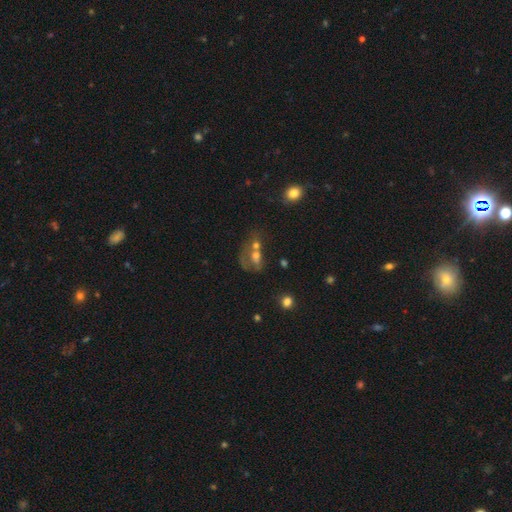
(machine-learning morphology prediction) smooth-or-featured: smooth: 46% | featured or disk: 38% | star or artifact: 16%
  merging: merger: 55% | none: 18% | major disturbance: 18% | minor disturbance: 10%